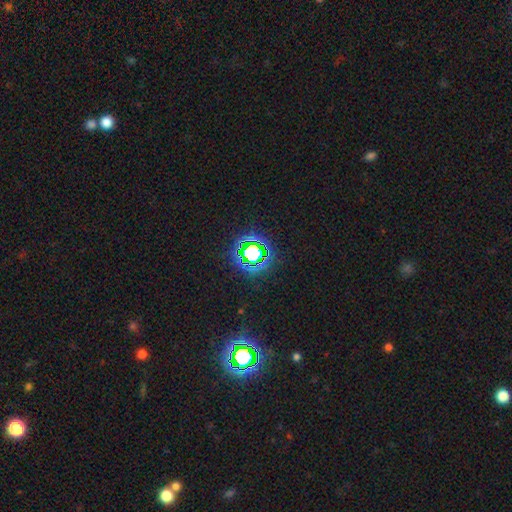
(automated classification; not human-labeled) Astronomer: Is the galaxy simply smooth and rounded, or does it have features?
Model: star or artifact — 67%.